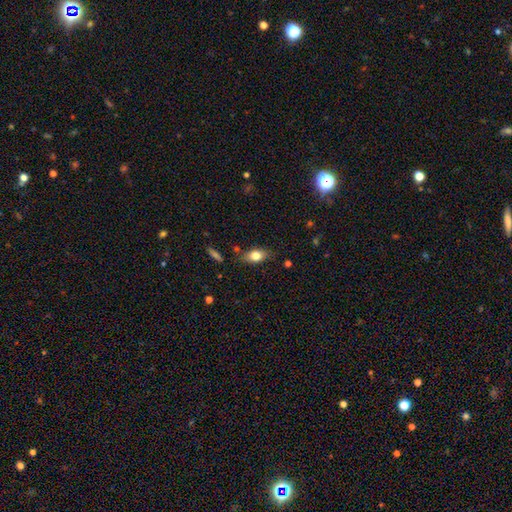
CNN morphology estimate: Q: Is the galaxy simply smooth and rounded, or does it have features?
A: smooth — 77%.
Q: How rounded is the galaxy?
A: in between — 83%.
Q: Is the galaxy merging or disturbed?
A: none — 77%.